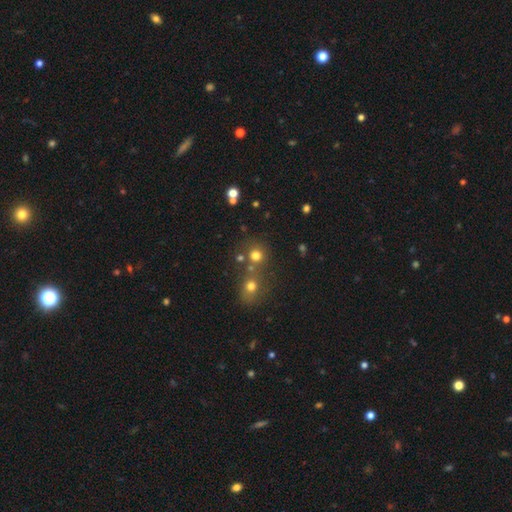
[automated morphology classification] type=smooth (74%); roundness=round (88%); merging=none (63%).